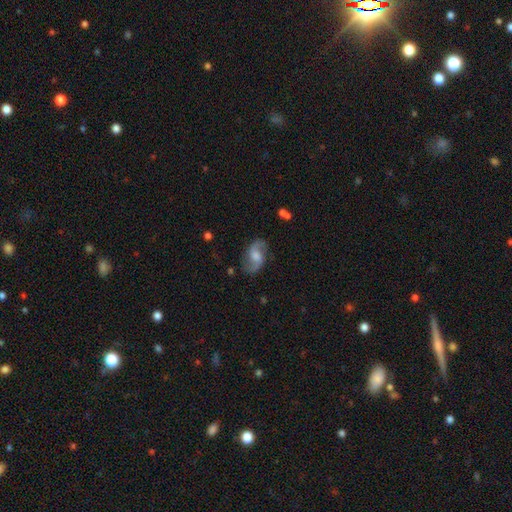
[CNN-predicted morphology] type=featured or disk (79%); edge-on=no (97%); bar=weak (46%); spiral arms=yes (95%); winding=loose (57%); arm count=2 (92%); bulge=moderate (45%); merging=none (78%).